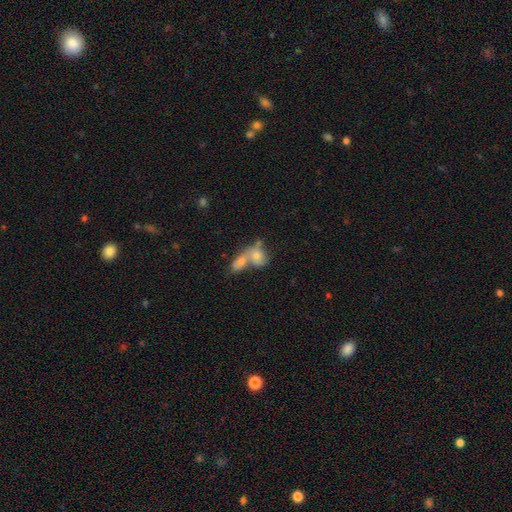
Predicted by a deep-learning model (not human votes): smooth-or-featured: smooth: 66% | featured or disk: 22% | star or artifact: 12%
  how-rounded: in between: 59% | round: 36% | cigar-shaped: 5%
  merging: merger: 65% | none: 22% | minor disturbance: 8% | major disturbance: 5%